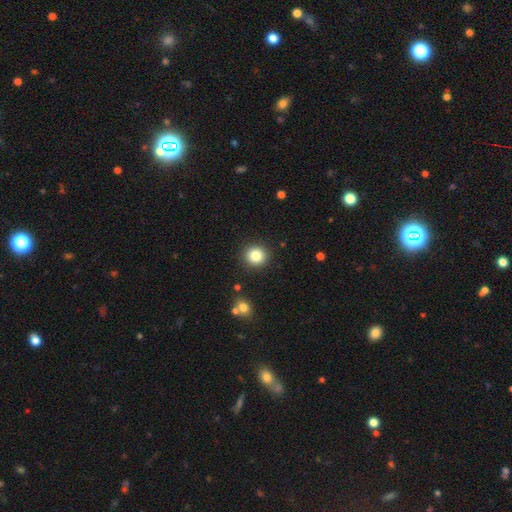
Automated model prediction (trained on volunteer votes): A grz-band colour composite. It shows a smooth galaxy with no disk features (84%) that is round (91%). Merging: none (90%).